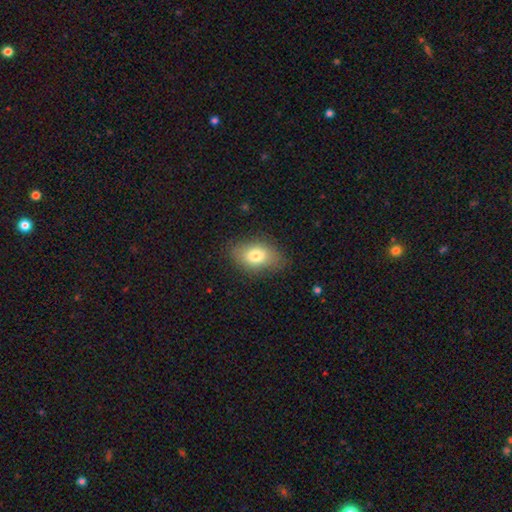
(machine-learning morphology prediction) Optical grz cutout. It shows a smooth galaxy with no disk features (78%) that is in between round and cigar-shaped (86%). Merging: none (81%).